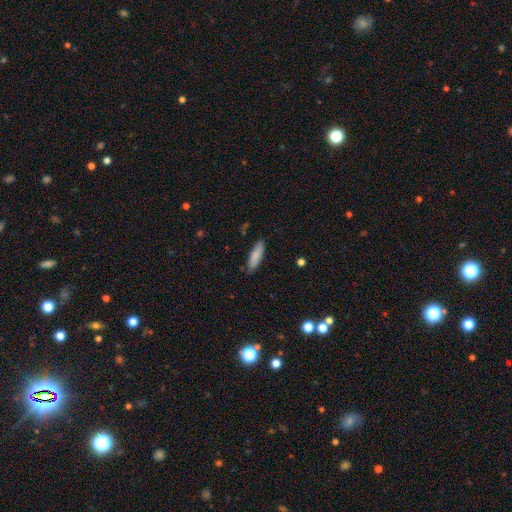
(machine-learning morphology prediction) The model was most divided on "how rounded": cigar-shaped: 60%, in between: 38%, round: 2%. More confident: merging — none (85%); smooth or featured — smooth (83%).